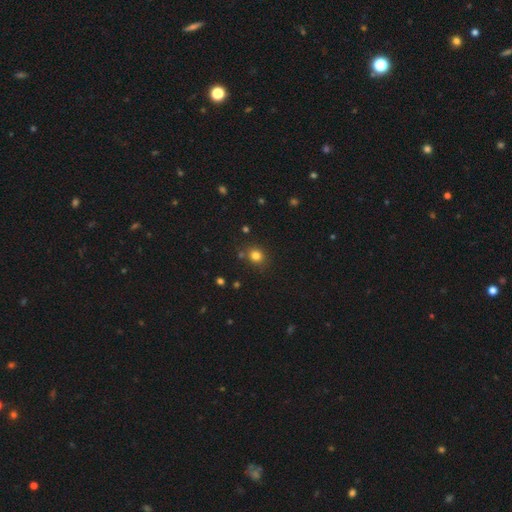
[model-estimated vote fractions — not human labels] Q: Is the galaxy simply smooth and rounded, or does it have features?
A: smooth — 80%.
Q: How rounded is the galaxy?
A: round — 77%.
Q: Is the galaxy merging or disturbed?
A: none — 79%.